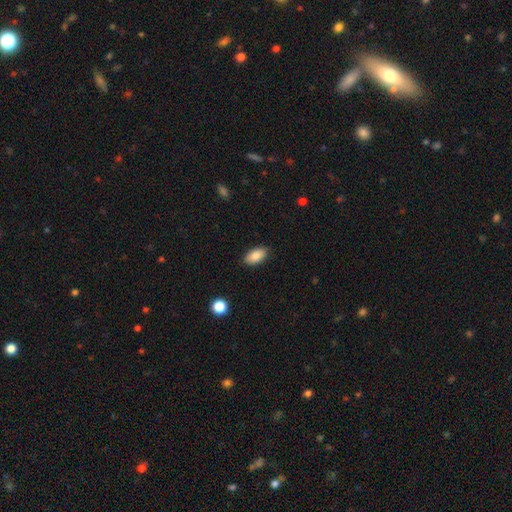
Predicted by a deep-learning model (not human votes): Smooth or featured: smooth — 87% (star or artifact — 7%)
How rounded: in between — 93% (round — 4%)
Merging: none — 88% (minor disturbance — 9%)